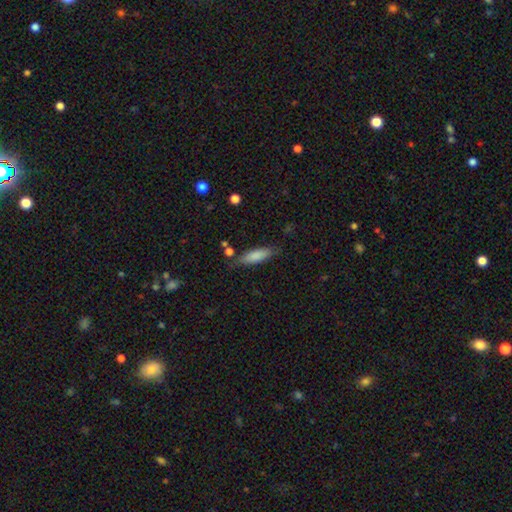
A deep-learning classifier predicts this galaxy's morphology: Overall: smooth (82%). How rounded: in between (51%; cigar-shaped 47%). Merging: none (74%).